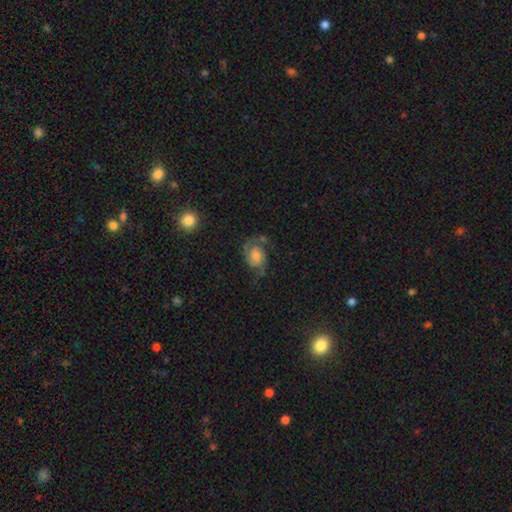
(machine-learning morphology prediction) Smooth or featured: featured or disk — 78% (smooth — 13%)
Edge-on disk: no — 98% (yes — 2%)
Bar: no — 61% (weak — 33%)
Spiral arms: yes — 96% (no — 4%)
Spiral winding: medium — 50% (tight — 34%)
Spiral arm count: 2 — 88% (can't tell — 5%)
Bulge size: moderate — 45% (small — 29%)
Merging: none — 66% (minor disturbance — 19%)